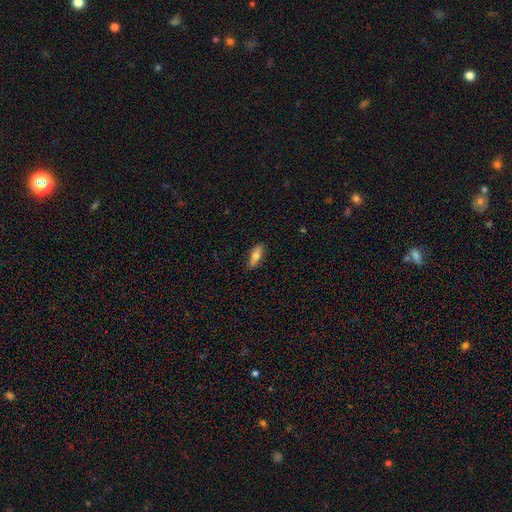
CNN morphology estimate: type=smooth (74%); roundness=in between (65%); merging=none (83%).